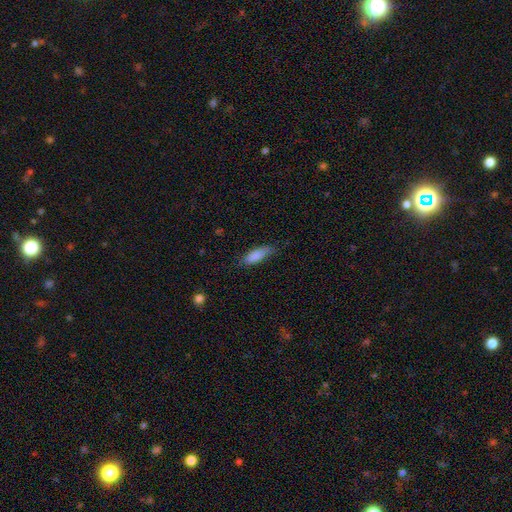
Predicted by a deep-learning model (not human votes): smooth_or_featured: smooth (p=0.85) [alt: featured or disk p=0.09]
how_rounded: in between (p=0.57) [alt: cigar-shaped p=0.42]
merging: none (p=0.73) [alt: minor disturbance p=0.21]